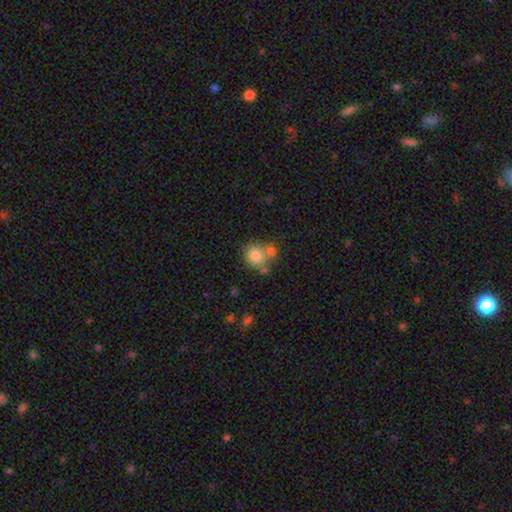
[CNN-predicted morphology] A smooth galaxy with no disk features (81%) that is round (81%). Merging: none (53%).